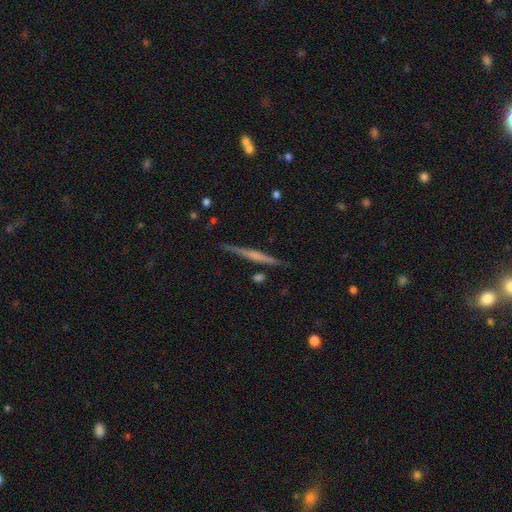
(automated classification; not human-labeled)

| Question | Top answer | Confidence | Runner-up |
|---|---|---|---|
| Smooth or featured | featured or disk | 67% | smooth (27%) |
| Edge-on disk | yes | 98% | no (2%) |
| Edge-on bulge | none | 48% | rounded (34%) |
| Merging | none | 88% | minor disturbance (8%) |